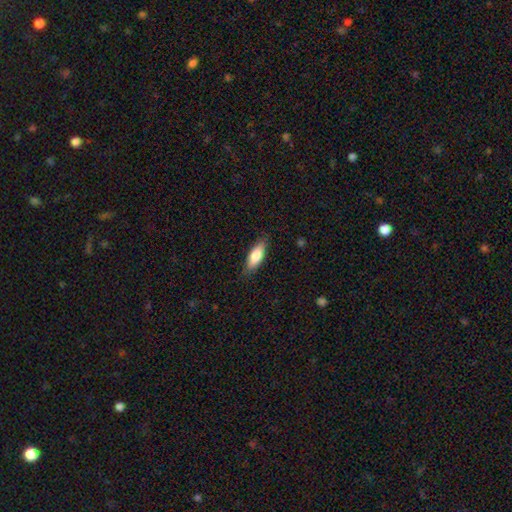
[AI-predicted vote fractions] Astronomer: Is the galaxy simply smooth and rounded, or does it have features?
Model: smooth — 78%.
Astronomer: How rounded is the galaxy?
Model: in between — 69%.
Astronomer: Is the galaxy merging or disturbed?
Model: none — 84%.